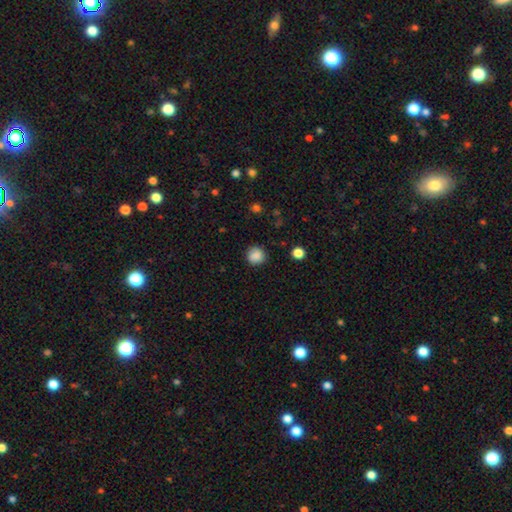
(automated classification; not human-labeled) Smooth or featured? smooth (86%)
How rounded? round (89%)
Merging? none (86%)